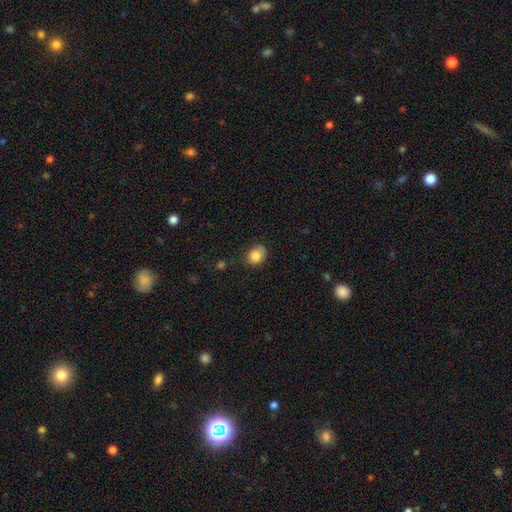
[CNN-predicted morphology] smooth-or-featured: smooth: 84% | star or artifact: 9% | featured or disk: 7%
  how-rounded: round: 55% | in between: 44% | cigar-shaped: 1%
  merging: none: 62% | minor disturbance: 29% | major disturbance: 7% | merger: 3%